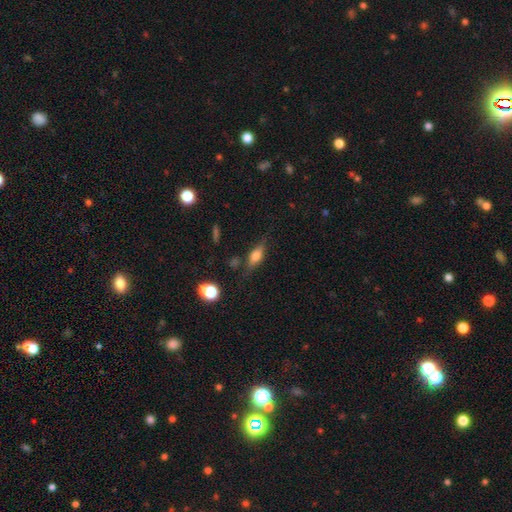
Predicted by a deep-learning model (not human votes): smooth_or_featured: smooth (p=0.49) [alt: featured or disk p=0.40]
merging: none (p=0.71) [alt: minor disturbance p=0.19]